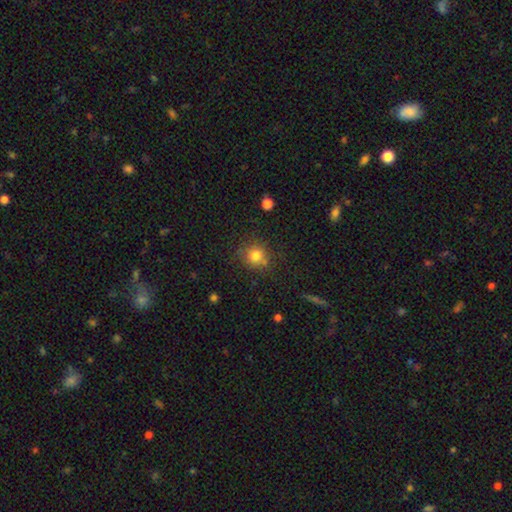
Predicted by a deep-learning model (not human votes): Smooth or featured?
  - smooth: 79% *
  - star or artifact: 13%
  - featured or disk: 8%
How rounded?
  - round: 90% *
  - in between: 9%
  - cigar-shaped: 1%
Merging?
  - none: 78% *
  - minor disturbance: 12%
  - merger: 6%
  - major disturbance: 4%